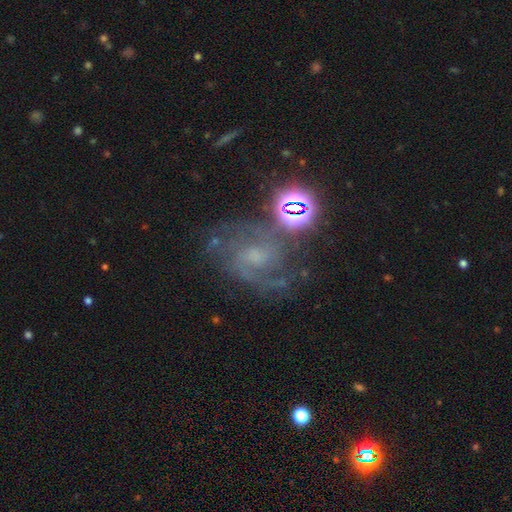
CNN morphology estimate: The model was most divided on "bulge size": none: 32%, small: 30%, moderate: 28%, large: 8%, dominant: 2%. More confident: edge-on disk — no (97%); spiral arms — yes (90%); smooth or featured — featured or disk (67%); spiral arm count — 2 (56%); merging — none (55%); bar — no (55%); spiral winding — medium (52%).